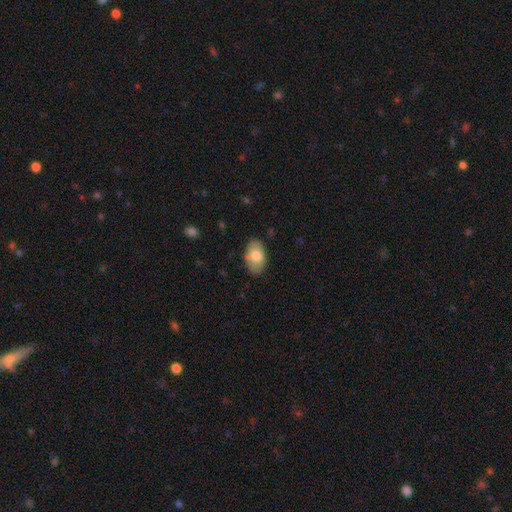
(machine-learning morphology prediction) A smooth galaxy with no disk features (78%) that is in between round and cigar-shaped (93%).

Vote fractions:
- Smooth or featured? smooth: 78% / featured or disk: 16% / star or artifact: 6%
- How rounded? in between: 93% / round: 6% / cigar-shaped: 1%
- Merging? none: 81% / minor disturbance: 15% / major disturbance: 3% / merger: 1%